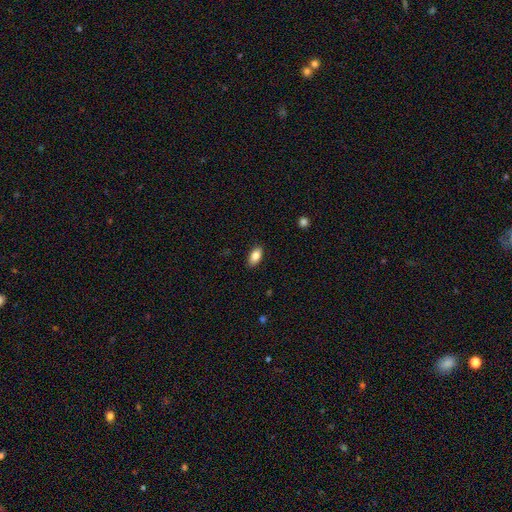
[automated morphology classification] Overall: smooth (85%). How rounded: in between (91%). Merging: none (88%).